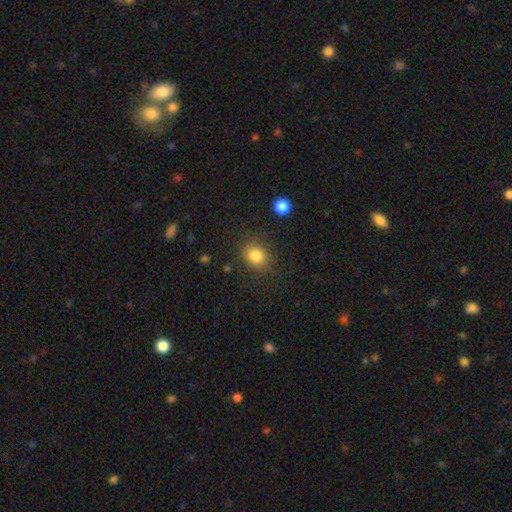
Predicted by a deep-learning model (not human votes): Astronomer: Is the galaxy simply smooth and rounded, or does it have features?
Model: smooth — 83%.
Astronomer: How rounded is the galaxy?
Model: round — 72%.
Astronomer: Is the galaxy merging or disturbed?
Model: none — 82%.